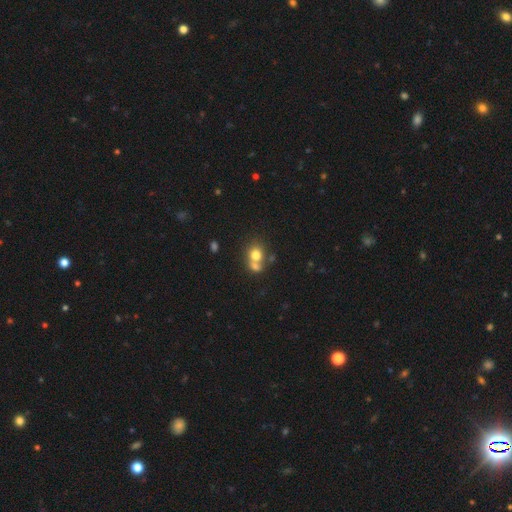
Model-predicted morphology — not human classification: A smooth galaxy with no disk features (74%) that is round (71%). Merging: merger (53%).